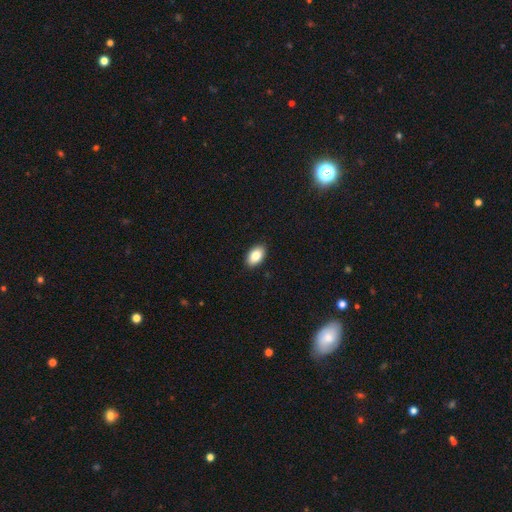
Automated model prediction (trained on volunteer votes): Overall: smooth (85%). How rounded: in between (92%). Merging: none (90%).